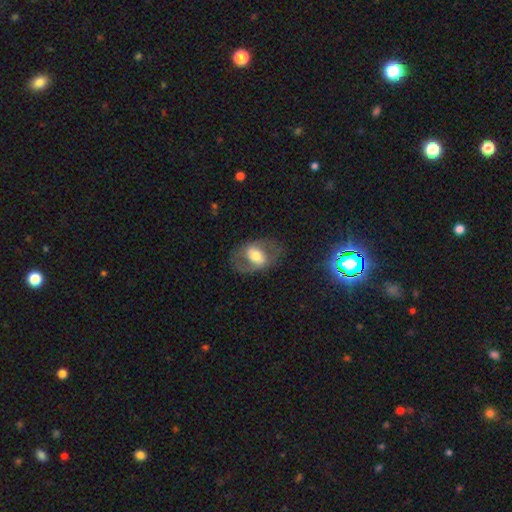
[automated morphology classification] This is possibly a featured or disk galaxy (56%). It is clearly not viewed edge-on (91%). Bar: marginally strong (36%). Spiral arm pattern: possibly no (53%). Central bulge: possibly moderate (55%). Merging: likely none (69%).